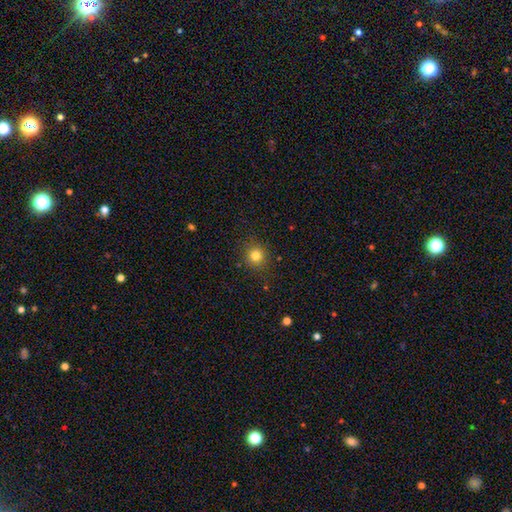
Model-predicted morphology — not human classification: This is clearly a smooth galaxy (81%). How rounded: clearly round (87%). Merging: clearly none (88%).